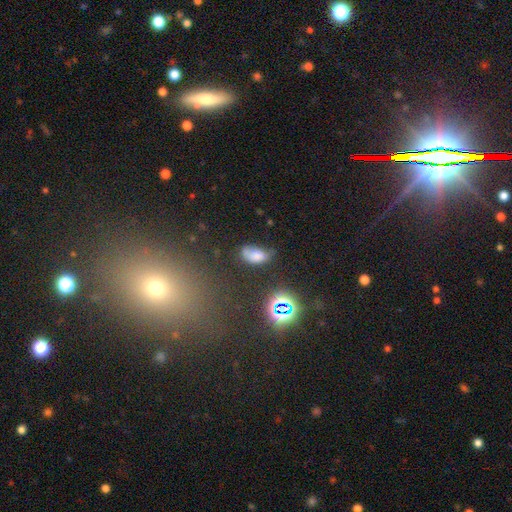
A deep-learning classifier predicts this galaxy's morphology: Q: Smooth or featured?
A: smooth (65%); runner-up: featured or disk (18%)
Q: How rounded?
A: in between (88%); runner-up: round (8%)
Q: Merging?
A: none (35%); runner-up: minor disturbance (32%)